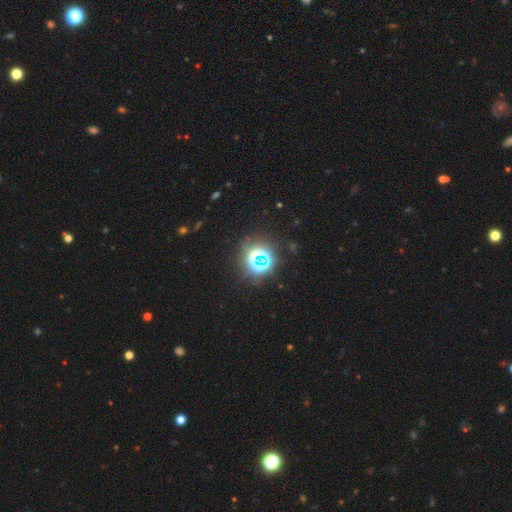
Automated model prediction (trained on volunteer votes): Smooth or featured? star or artifact (76%)